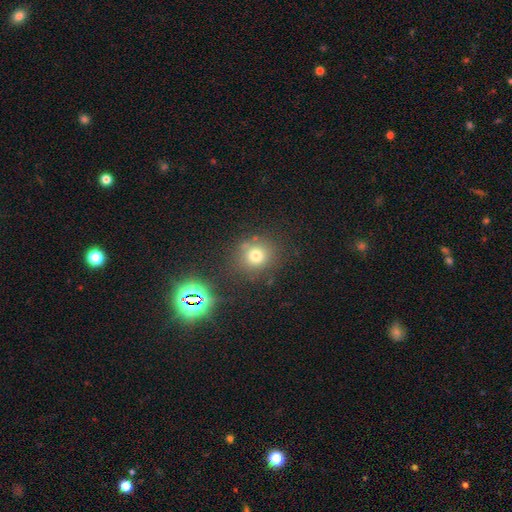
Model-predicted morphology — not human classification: This appears to be a smooth galaxy with no disk features (72%) that is round (86%). Merging: none (76%).